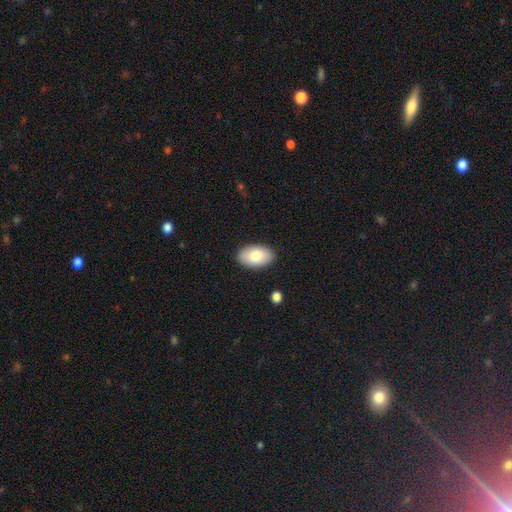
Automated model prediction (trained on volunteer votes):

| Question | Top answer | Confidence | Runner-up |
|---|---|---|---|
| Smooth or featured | smooth | 80% | featured or disk (14%) |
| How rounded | in between | 93% | round (5%) |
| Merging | none | 88% | minor disturbance (9%) |